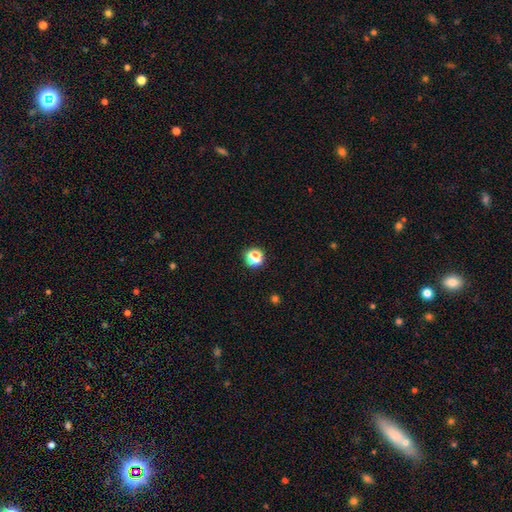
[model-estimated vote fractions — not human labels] Smooth or featured?
  - smooth: 78% *
  - star or artifact: 18%
  - featured or disk: 5%
How rounded?
  - round: 93% *
  - in between: 6%
  - cigar-shaped: 1%
Merging?
  - none: 89% *
  - minor disturbance: 6%
  - major disturbance: 2%
  - merger: 2%